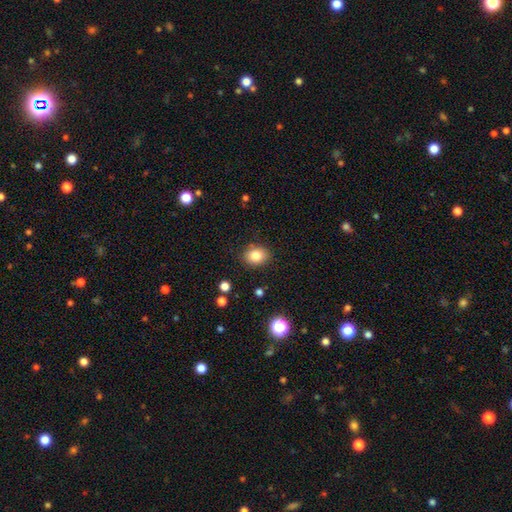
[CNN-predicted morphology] Smooth or featured? Predicted: smooth (p=0.83). How rounded? Predicted: round (p=0.51). Merging? Predicted: none (p=0.87).